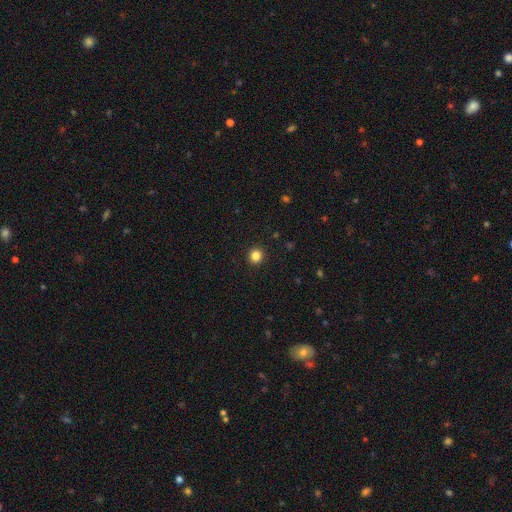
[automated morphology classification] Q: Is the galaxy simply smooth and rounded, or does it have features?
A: smooth — 84%.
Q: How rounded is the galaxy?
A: round — 92%.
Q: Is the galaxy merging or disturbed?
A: none — 93%.